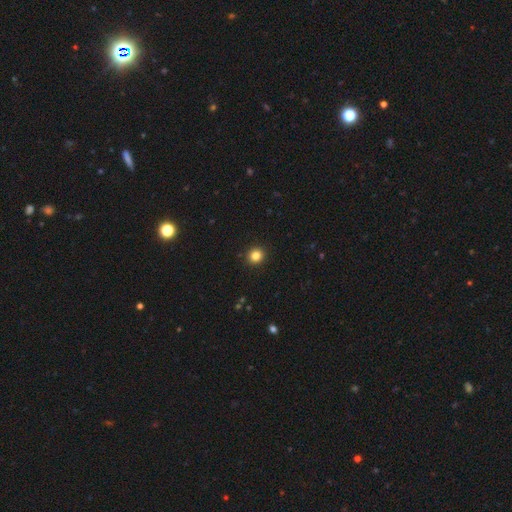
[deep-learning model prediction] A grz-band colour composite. It shows a smooth galaxy with no disk features (83%) that is round (87%). Merging: none (93%).